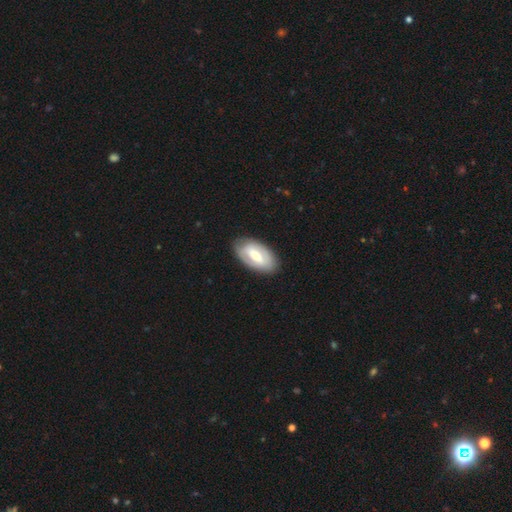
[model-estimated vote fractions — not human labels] smooth_or_featured: featured or disk (p=0.54) [alt: smooth p=0.40]
disk_edge_on: no (p=0.89) [alt: yes p=0.11]
merging: none (p=0.83) [alt: minor disturbance p=0.12]